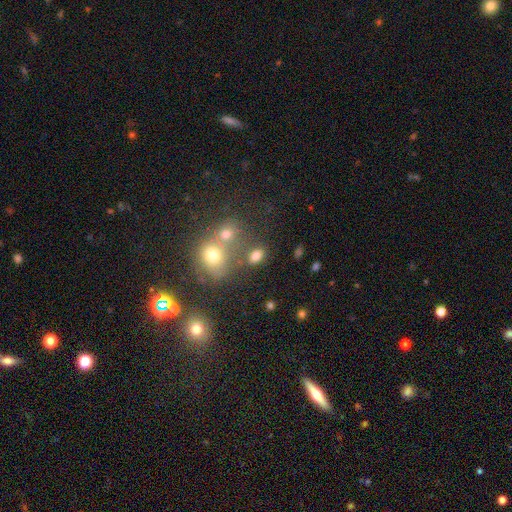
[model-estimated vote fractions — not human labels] The model was most divided on "merging": none: 59%, merger: 22%, minor disturbance: 12%, major disturbance: 6%. More confident: how rounded — in between (76%); smooth or featured — smooth (75%).